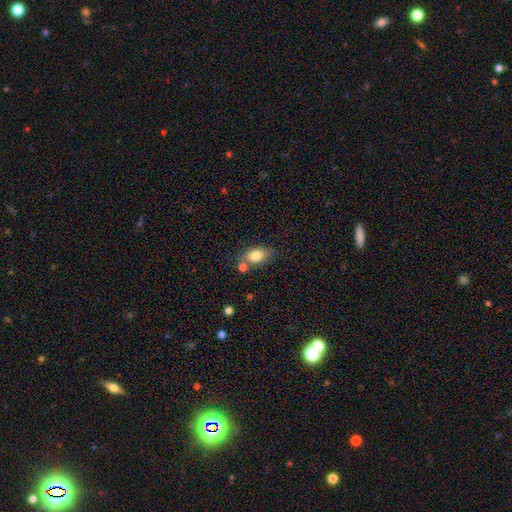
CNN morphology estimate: A smooth galaxy with no disk features (81%) that is in between round and cigar-shaped (84%). Merging: none (59%).